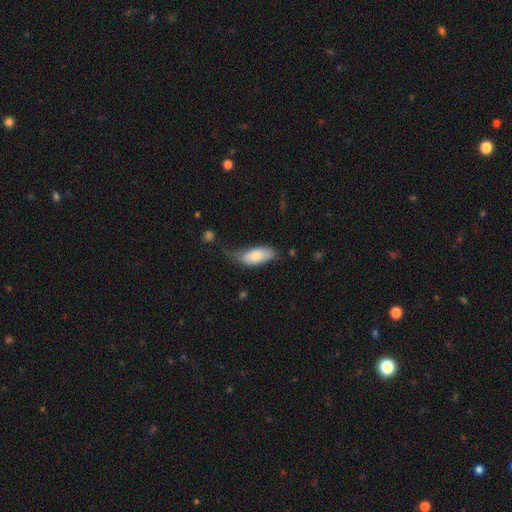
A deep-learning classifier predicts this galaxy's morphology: smooth_or_featured: smooth (p=0.73) [alt: featured or disk p=0.20]
how_rounded: in between (p=0.85) [alt: cigar-shaped p=0.13]
merging: none (p=0.40) [alt: minor disturbance p=0.39]